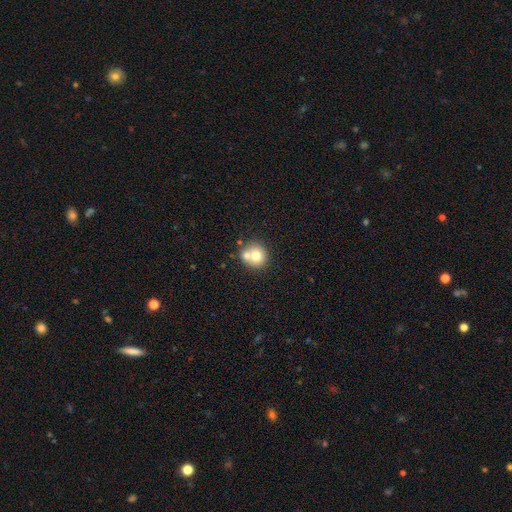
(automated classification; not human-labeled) A smooth galaxy with no disk features (71%) that is round (87%).

Vote fractions:
- Smooth or featured? smooth: 71% / featured or disk: 19% / star or artifact: 10%
- How rounded? round: 87% / in between: 12% / cigar-shaped: 1%
- Merging? none: 49% / merger: 40% / minor disturbance: 8% / major disturbance: 3%